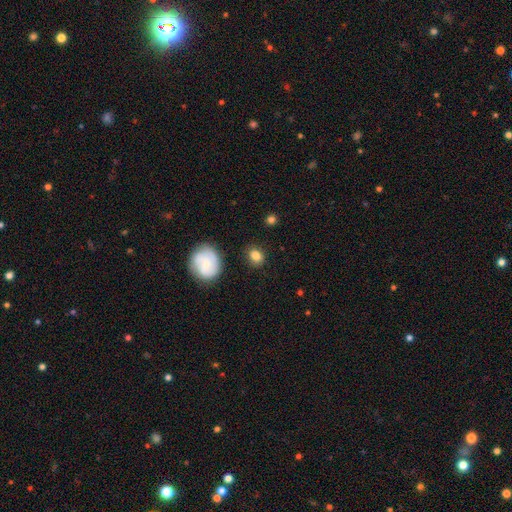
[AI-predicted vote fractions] Overall: smooth (82%). How rounded: round (56%; in between 42%). Merging: none (83%).